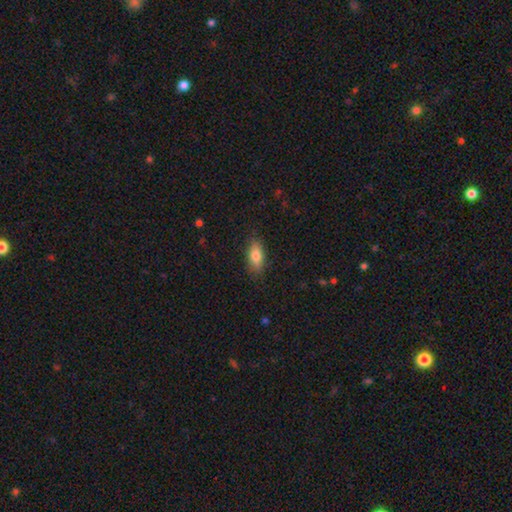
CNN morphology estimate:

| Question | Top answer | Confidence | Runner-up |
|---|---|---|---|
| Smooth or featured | smooth | 78% | featured or disk (15%) |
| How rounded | in between | 81% | cigar-shaped (15%) |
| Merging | none | 85% | minor disturbance (11%) |